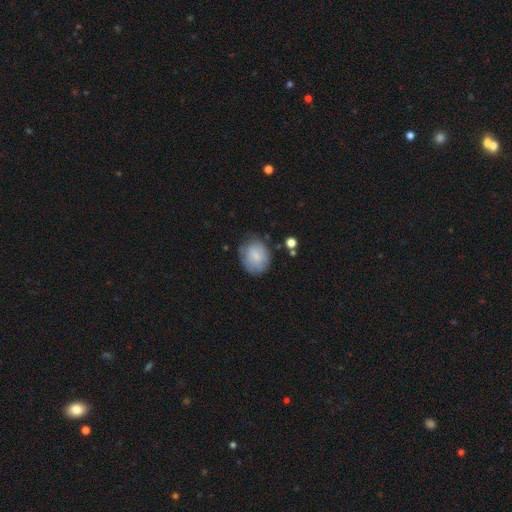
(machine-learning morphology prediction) Smooth or featured: smooth — 71% (featured or disk — 22%)
How rounded: round — 60% (in between — 39%)
Merging: none — 69% (minor disturbance — 22%)